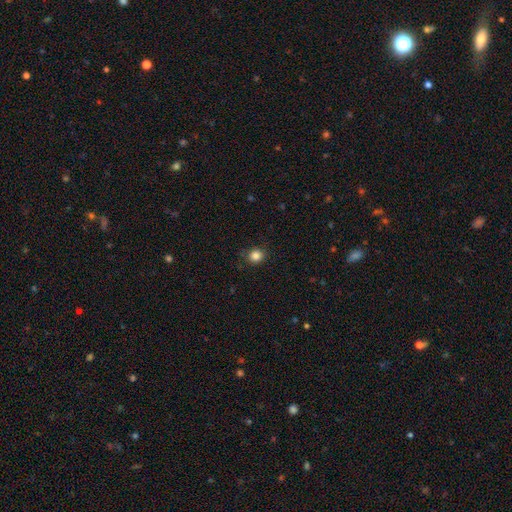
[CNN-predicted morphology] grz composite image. It shows a smooth galaxy with no disk features (84%) that is round (85%). Merging: none (85%).